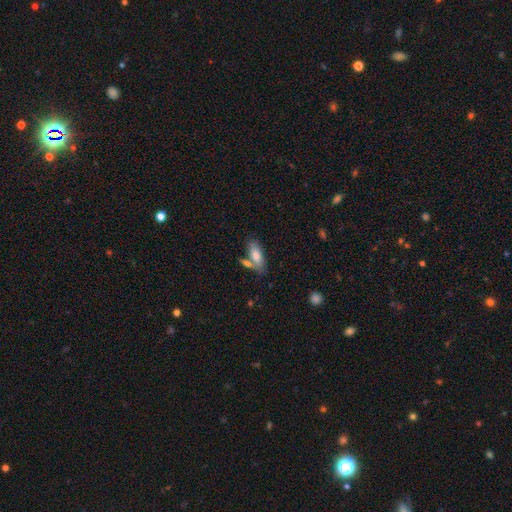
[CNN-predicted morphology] Smooth or featured? Predicted: smooth (p=0.76). How rounded? Predicted: in between (p=0.76). Merging? Predicted: none (p=0.54).